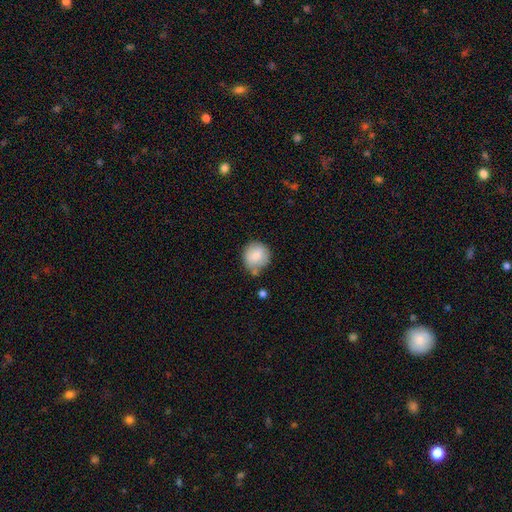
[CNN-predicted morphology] Q: Smooth or featured?
A: smooth (81%); runner-up: featured or disk (11%)
Q: How rounded?
A: round (91%); runner-up: in between (8%)
Q: Merging?
A: none (65%); runner-up: minor disturbance (21%)